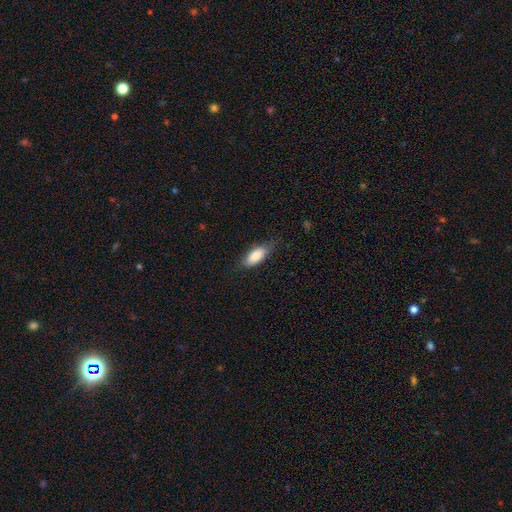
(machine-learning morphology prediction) The model was most divided on "merging": none: 73%, minor disturbance: 22%, major disturbance: 5%, merger: 1%. More confident: smooth or featured — smooth (84%); how rounded — in between (81%).